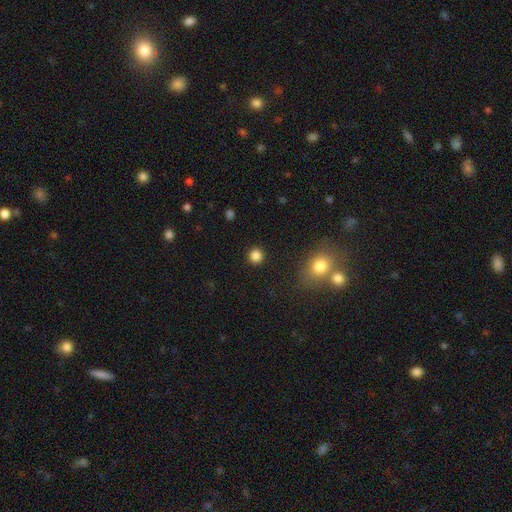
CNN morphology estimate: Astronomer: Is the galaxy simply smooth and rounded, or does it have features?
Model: smooth — 84%.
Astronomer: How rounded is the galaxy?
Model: round — 94%.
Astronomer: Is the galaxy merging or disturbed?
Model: none — 92%.